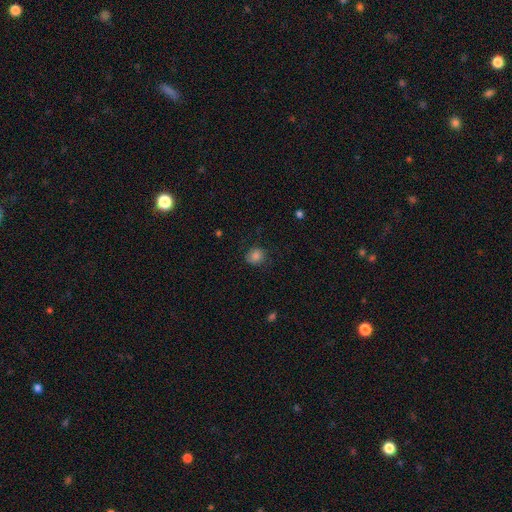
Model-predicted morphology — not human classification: smooth-or-featured: smooth: 83% | star or artifact: 10% | featured or disk: 6%
  how-rounded: round: 75% | in between: 24% | cigar-shaped: 1%
  merging: none: 78% | minor disturbance: 16% | major disturbance: 5% | merger: 1%